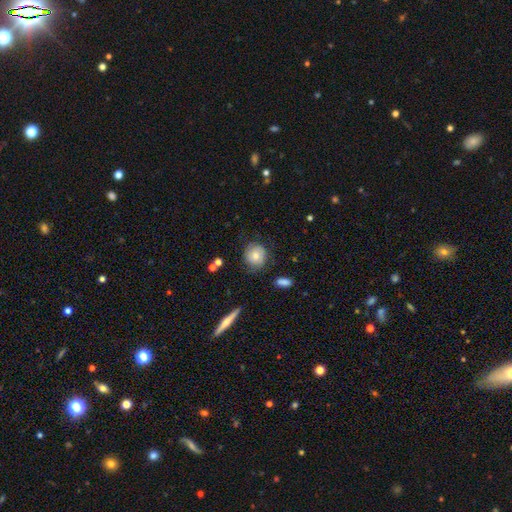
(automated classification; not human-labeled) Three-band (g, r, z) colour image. It shows a smooth galaxy with no disk features (70%) that is round (86%). Merging: none (75%).